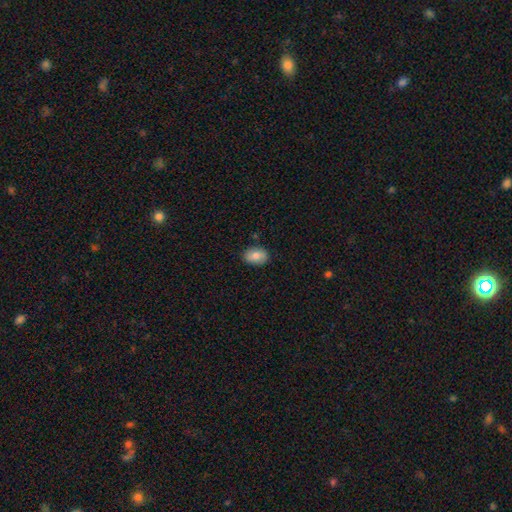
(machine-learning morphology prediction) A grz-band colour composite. It shows a smooth galaxy with no disk features (80%) that is in between round and cigar-shaped (83%). Merging: none (84%).